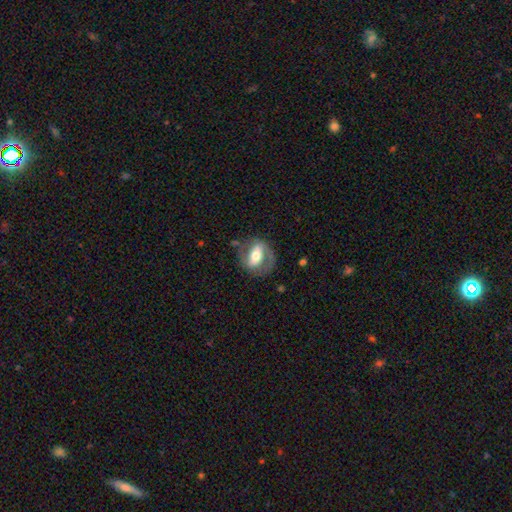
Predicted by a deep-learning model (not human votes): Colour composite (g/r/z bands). It shows a featured or disk galaxy (66%) with a strong bar (51%), spiral arms (69%) and a moderate central bulge (64%). Merging: none (69%).